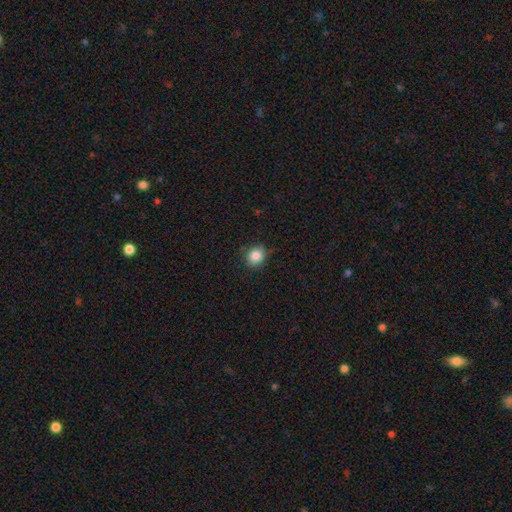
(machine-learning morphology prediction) type=smooth (85%); roundness=round (69%); merging=none (83%).